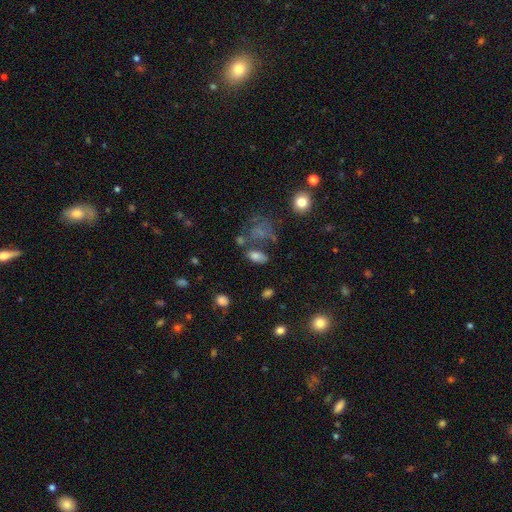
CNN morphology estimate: Smooth or featured: smooth — 75% (star or artifact — 13%)
How rounded: in between — 87% (round — 9%)
Merging: none — 56% (minor disturbance — 18%)